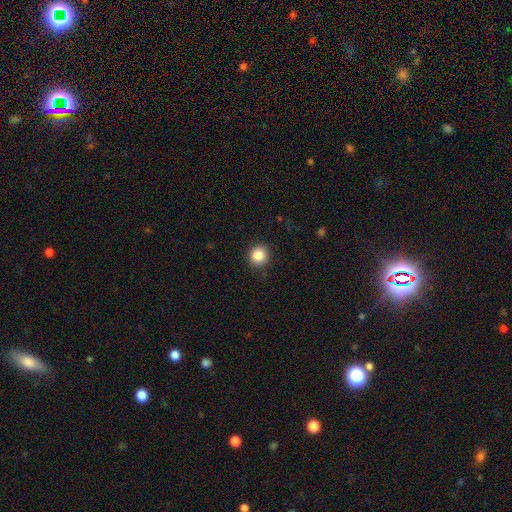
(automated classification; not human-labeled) smooth 87%, star or artifact 10%, featured or disk 4%. Down the decision tree: how rounded — round (88%); merging — none (91%).